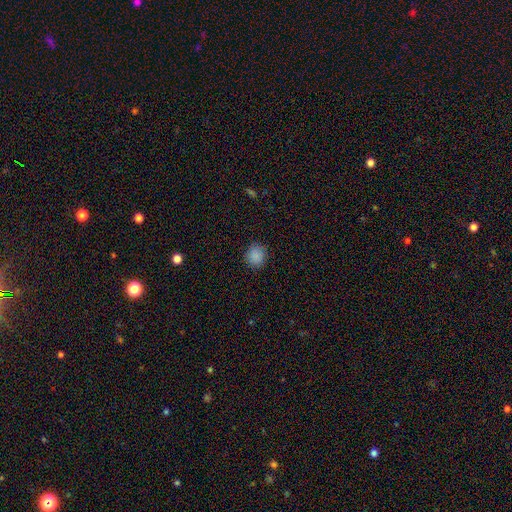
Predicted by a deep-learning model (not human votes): Q: Smooth or featured?
A: smooth (87%); runner-up: star or artifact (10%)
Q: How rounded?
A: round (85%); runner-up: in between (14%)
Q: Merging?
A: none (88%); runner-up: minor disturbance (9%)